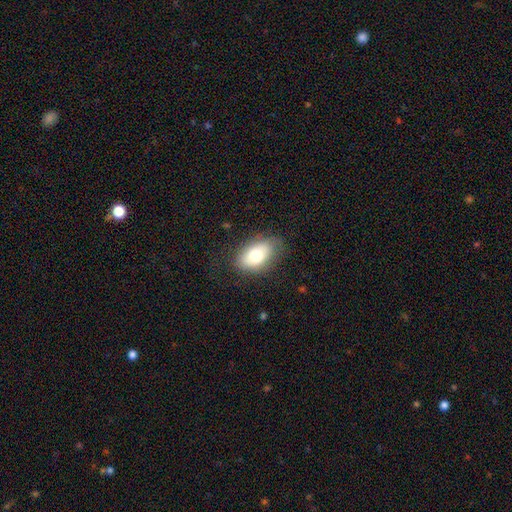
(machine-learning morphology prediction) Q: Smooth or featured?
A: smooth (74%); runner-up: featured or disk (19%)
Q: How rounded?
A: in between (90%); runner-up: round (8%)
Q: Merging?
A: none (74%); runner-up: minor disturbance (19%)